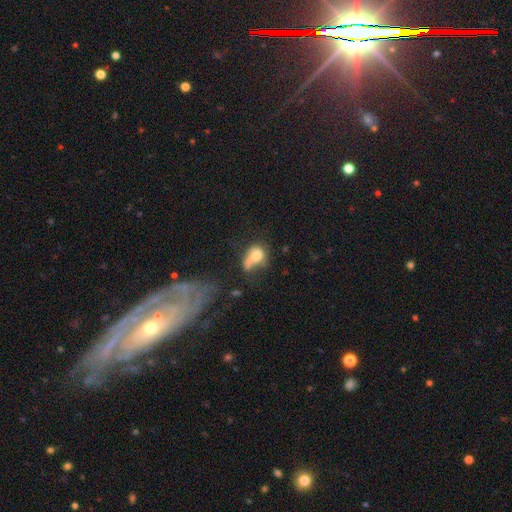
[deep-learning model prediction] Smooth or featured: smooth — 62% (featured or disk — 26%)
How rounded: in between — 62% (round — 35%)
Merging: major disturbance — 34% (none — 23%)